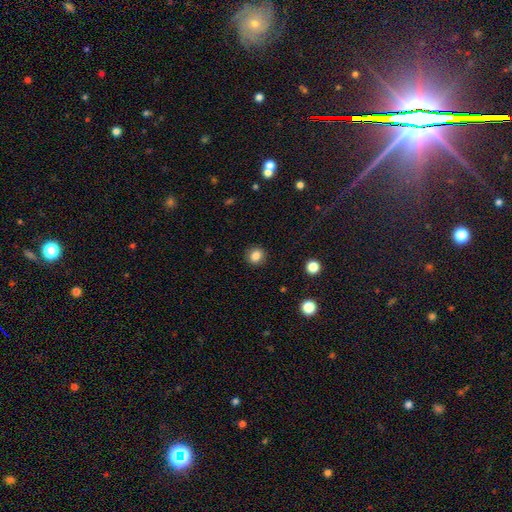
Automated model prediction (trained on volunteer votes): Smooth or featured? Predicted: smooth (p=0.85). How rounded? Predicted: round (p=0.84). Merging? Predicted: none (p=0.91).